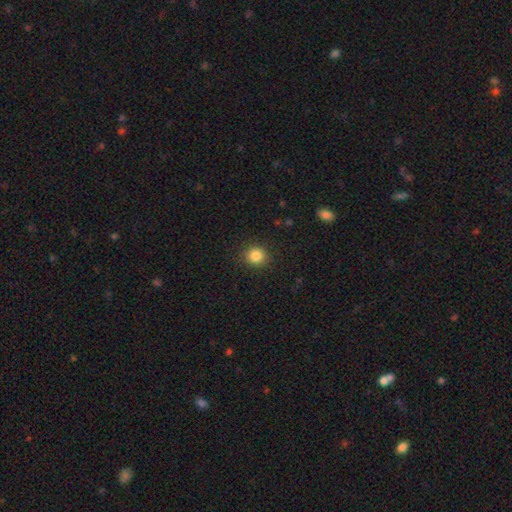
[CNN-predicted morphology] The model was most divided on "smooth or featured": smooth: 85%, star or artifact: 11%, featured or disk: 4%. More confident: merging — none (90%); how rounded — round (88%).